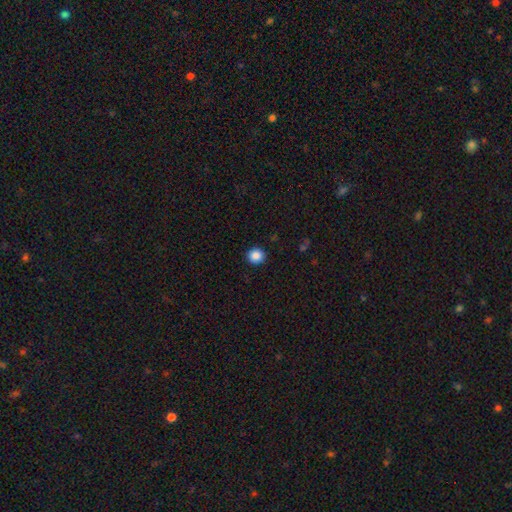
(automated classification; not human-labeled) Smooth or featured? smooth (87%)
How rounded? round (90%)
Merging? none (92%)